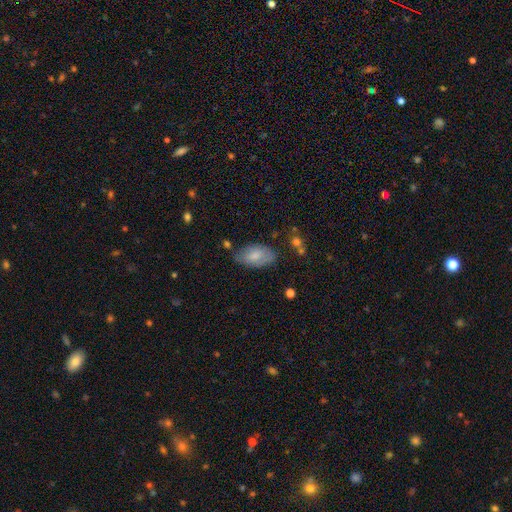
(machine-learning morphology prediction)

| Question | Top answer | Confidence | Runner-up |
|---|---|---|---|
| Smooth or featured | smooth | 78% | featured or disk (16%) |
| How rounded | in between | 94% | round (4%) |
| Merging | none | 69% | minor disturbance (23%) |